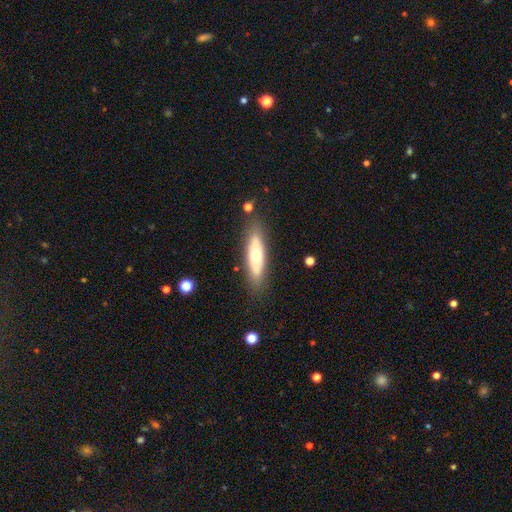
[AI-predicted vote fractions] smooth_or_featured: smooth (p=0.52) [alt: featured or disk p=0.42]
how_rounded: cigar-shaped (p=0.53) [alt: in between p=0.44]
merging: none (p=0.82) [alt: minor disturbance p=0.12]